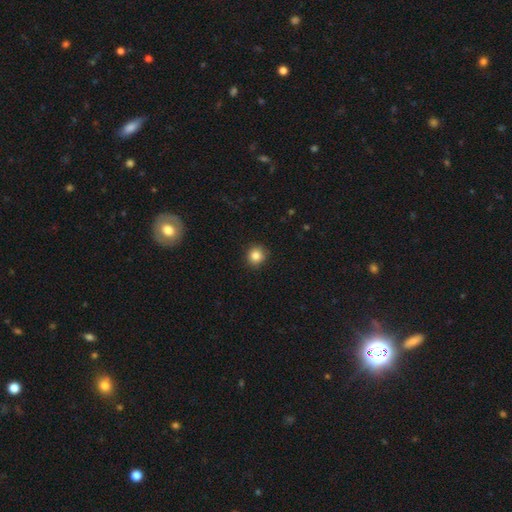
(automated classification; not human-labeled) smooth 85%, star or artifact 10%, featured or disk 5%. Down the decision tree: how rounded — round (91%); merging — none (91%).